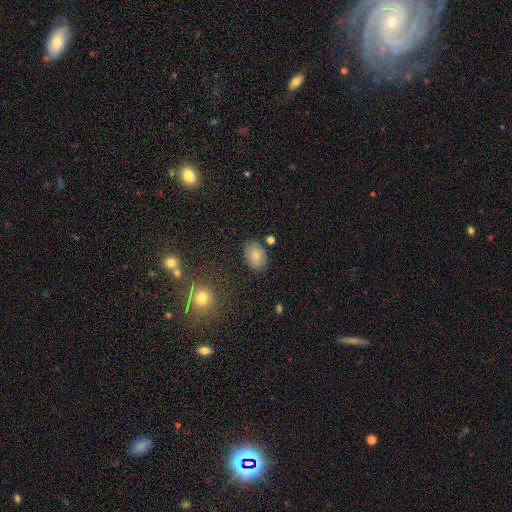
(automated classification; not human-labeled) A smooth galaxy with no disk features (78%) that is in between round and cigar-shaped (78%). Merging: none (78%).